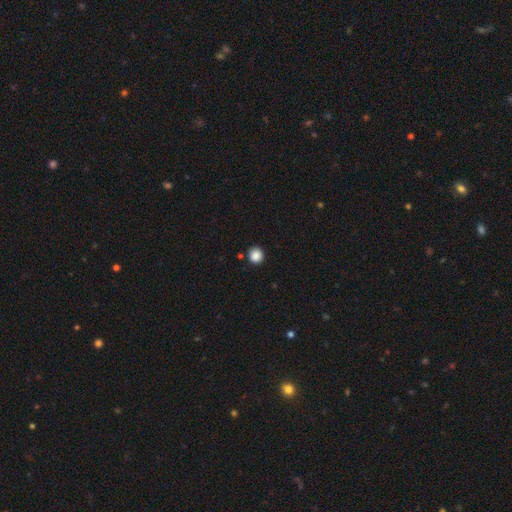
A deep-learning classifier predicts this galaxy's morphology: type=smooth (87%); roundness=round (90%); merging=none (89%).